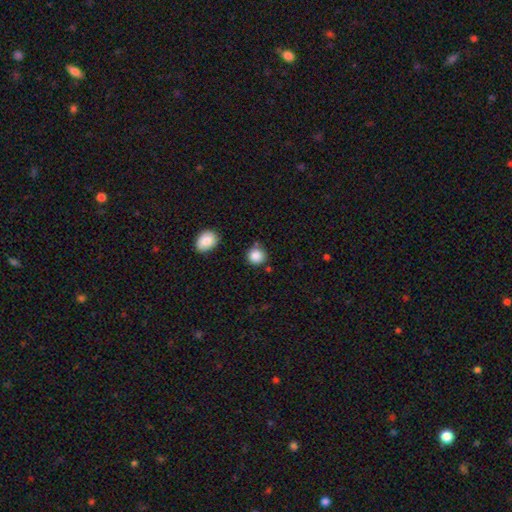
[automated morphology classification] Smooth or featured? Predicted: smooth (p=0.87). How rounded? Predicted: round (p=0.90). Merging? Predicted: none (p=0.79).